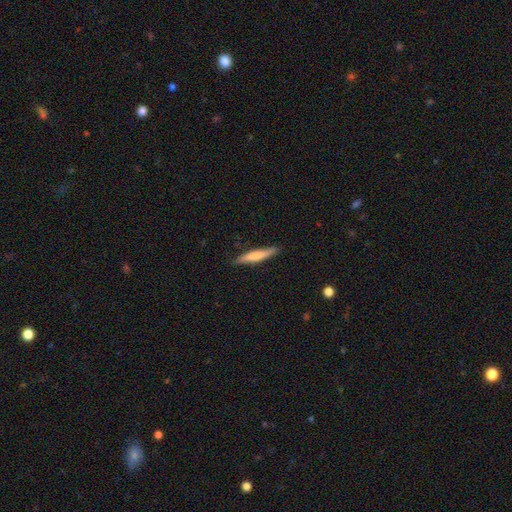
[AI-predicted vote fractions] This is likely a smooth galaxy (68%). How rounded: clearly cigar-shaped (92%). Merging: clearly none (87%).